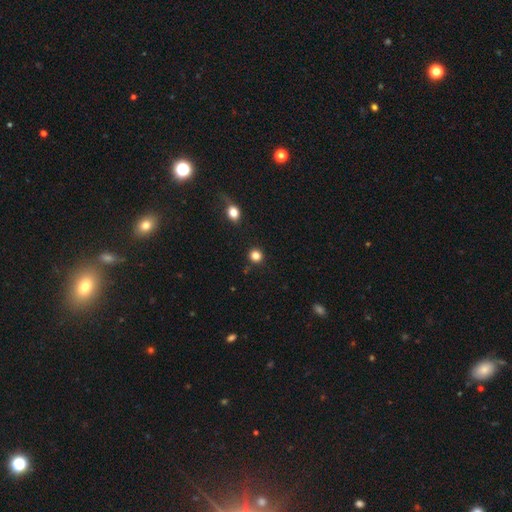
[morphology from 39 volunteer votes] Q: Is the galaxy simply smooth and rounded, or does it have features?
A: smooth — 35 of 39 (90%).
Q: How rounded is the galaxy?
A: round — 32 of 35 (91%).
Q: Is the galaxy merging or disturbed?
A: none — 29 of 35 (83%).